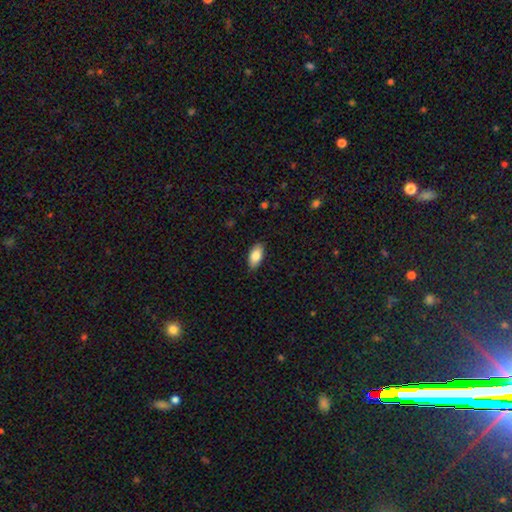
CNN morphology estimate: Q: Smooth or featured?
A: smooth (85%); runner-up: featured or disk (9%)
Q: How rounded?
A: in between (92%); runner-up: cigar-shaped (6%)
Q: Merging?
A: none (87%); runner-up: minor disturbance (10%)